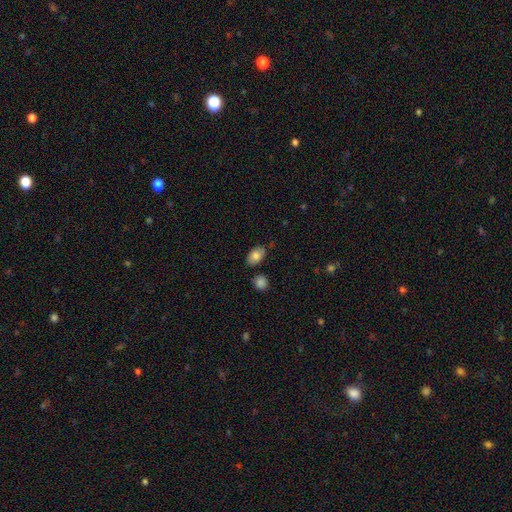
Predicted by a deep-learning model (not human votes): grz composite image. It shows a smooth galaxy with no disk features (81%) that is in between round and cigar-shaped (89%). Merging: none (78%).